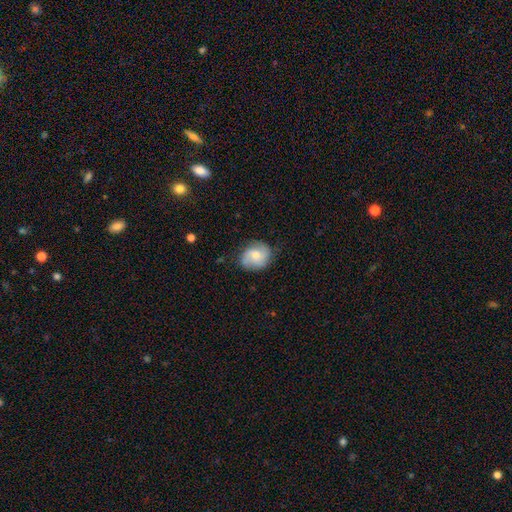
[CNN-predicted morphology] type=smooth (51%); roundness=round (62%); merging=none (73%).